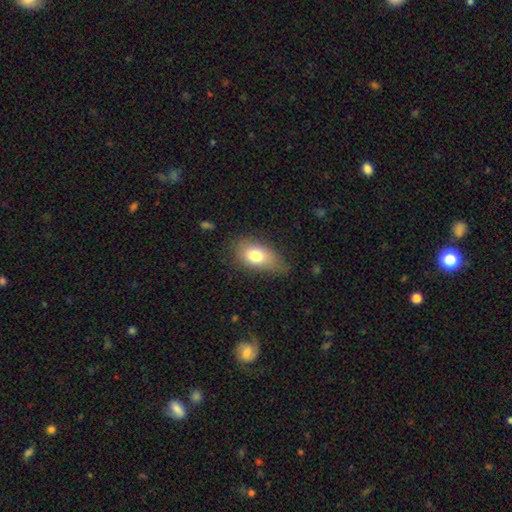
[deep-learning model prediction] smooth-or-featured: smooth: 76% | featured or disk: 16% | star or artifact: 9%
  how-rounded: in between: 87% | round: 9% | cigar-shaped: 3%
  merging: none: 60% | minor disturbance: 29% | major disturbance: 9% | merger: 2%